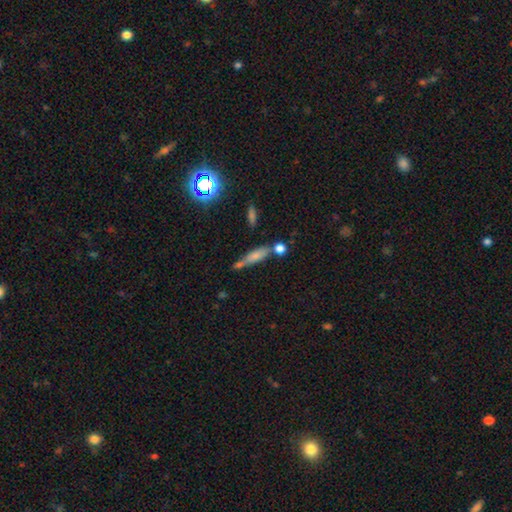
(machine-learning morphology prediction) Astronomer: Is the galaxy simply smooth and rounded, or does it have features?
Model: smooth — 67%.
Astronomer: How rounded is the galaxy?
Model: cigar-shaped — 62%.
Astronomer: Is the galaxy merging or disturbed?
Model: none — 49% (runner-up: merger, 25%).